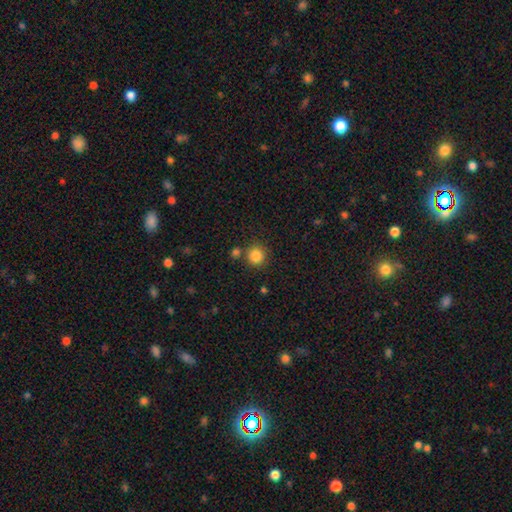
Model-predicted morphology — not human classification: Q: Smooth or featured?
A: smooth (85%); runner-up: star or artifact (11%)
Q: How rounded?
A: round (90%); runner-up: in between (9%)
Q: Merging?
A: none (80%); runner-up: merger (9%)